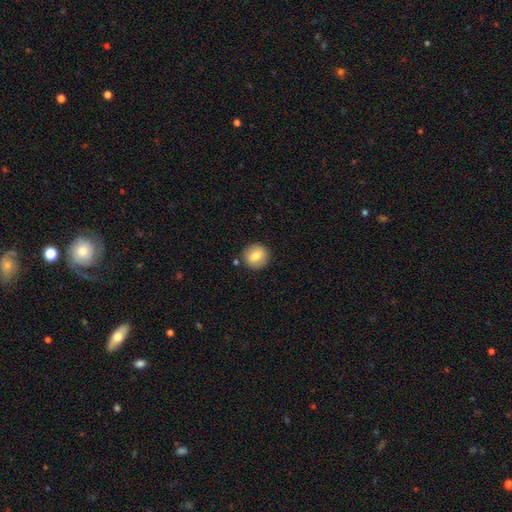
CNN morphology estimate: Smooth or featured?
  - smooth: 78% *
  - featured or disk: 14%
  - star or artifact: 8%
How rounded?
  - round: 92% *
  - in between: 7%
  - cigar-shaped: 1%
Merging?
  - none: 87% *
  - minor disturbance: 8%
  - merger: 3%
  - major disturbance: 2%